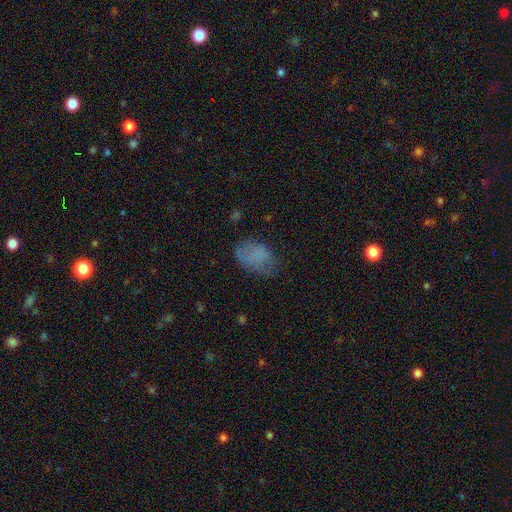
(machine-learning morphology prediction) Smooth or featured: smooth — 71% (featured or disk — 17%)
How rounded: in between — 81% (round — 17%)
Merging: none — 55% (minor disturbance — 28%)